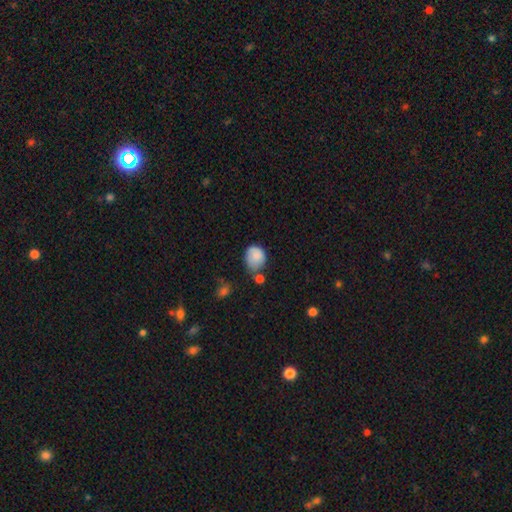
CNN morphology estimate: This appears to be a smooth galaxy with no disk features (84%) that is round (52%). Merging: none (43%).